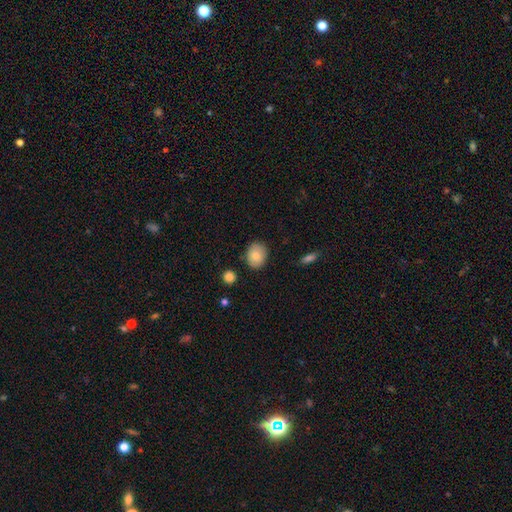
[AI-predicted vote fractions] smooth 81%, featured or disk 12%, star or artifact 7%. Down the decision tree: how rounded — in between (57%); merging — none (82%).